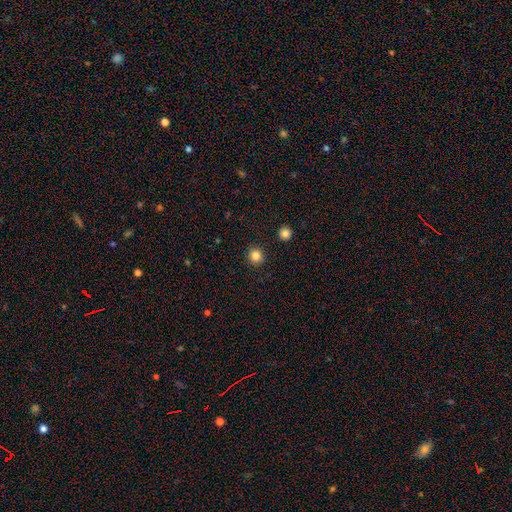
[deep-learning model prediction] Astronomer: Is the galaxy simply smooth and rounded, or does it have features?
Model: smooth — 84%.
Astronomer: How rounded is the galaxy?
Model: round — 89%.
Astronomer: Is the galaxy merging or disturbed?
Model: none — 92%.